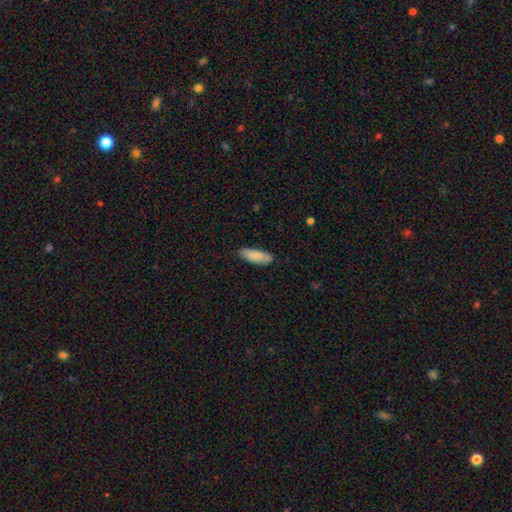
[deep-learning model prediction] Morphology: type=smooth (87%); roundness=in between (69%); merging=none (82%).